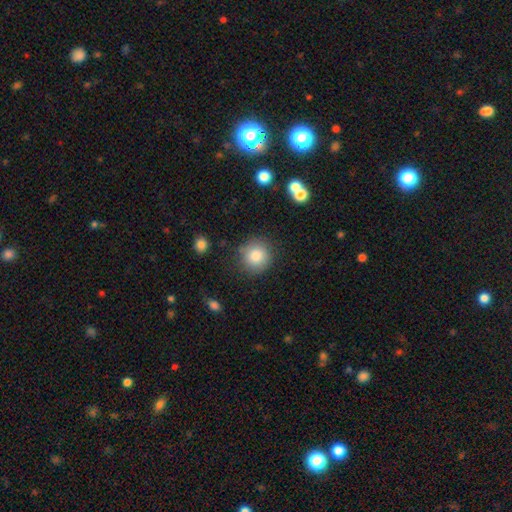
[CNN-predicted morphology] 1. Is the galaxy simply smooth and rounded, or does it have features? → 84% smooth, 9% star or artifact, 7% featured or disk.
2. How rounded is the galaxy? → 92% round, 7% in between, 1% cigar-shaped.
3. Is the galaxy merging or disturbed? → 82% none, 11% minor disturbance, 4% major disturbance, 3% merger.